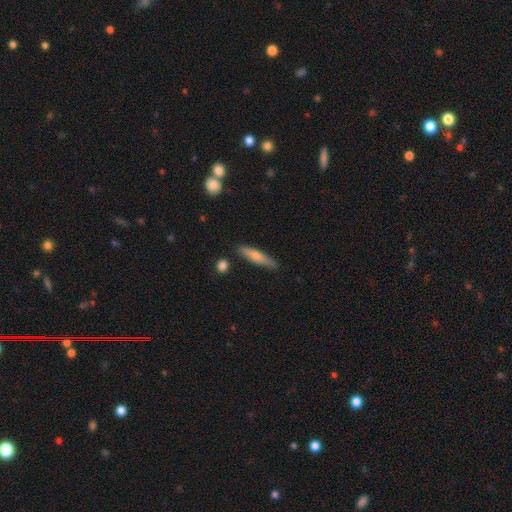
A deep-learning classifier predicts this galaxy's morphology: The model was most divided on "smooth or featured": smooth: 66%, featured or disk: 28%, star or artifact: 6%. More confident: merging — none (80%); how rounded — cigar-shaped (78%).